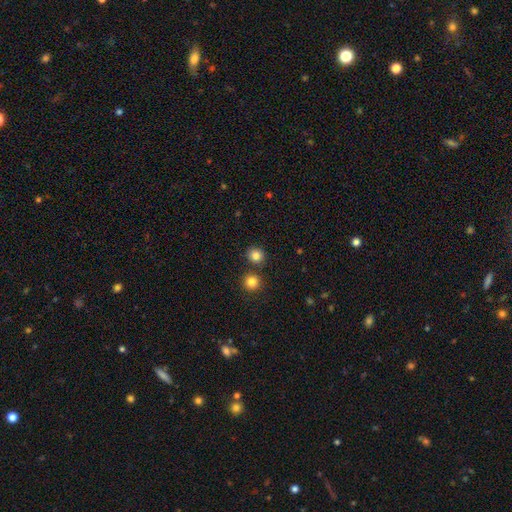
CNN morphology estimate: smooth_or_featured: smooth (p=0.83) [alt: star or artifact p=0.12]
how_rounded: round (p=0.89) [alt: in between p=0.11]
merging: none (p=0.80) [alt: merger p=0.11]